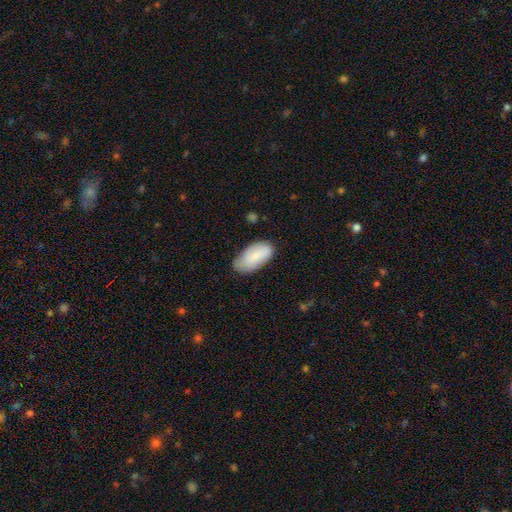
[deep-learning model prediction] Overall: smooth (80%). How rounded: in between (93%). Merging: none (62%; minor disturbance 31%).